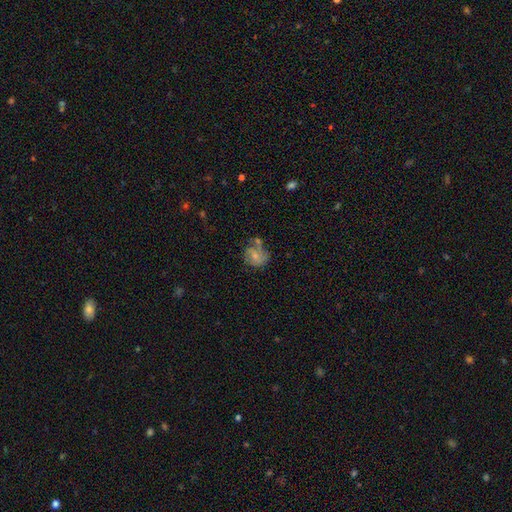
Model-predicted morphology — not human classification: A featured or disk galaxy (48%). Merging: none (44%).